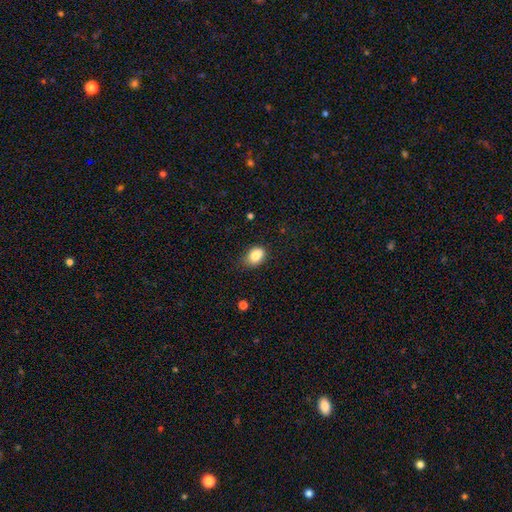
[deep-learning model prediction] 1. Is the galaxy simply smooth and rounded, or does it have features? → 82% smooth, 9% star or artifact, 8% featured or disk.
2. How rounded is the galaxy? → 68% in between, 31% round, 1% cigar-shaped.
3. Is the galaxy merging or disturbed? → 65% none, 27% minor disturbance, 5% major disturbance, 2% merger.